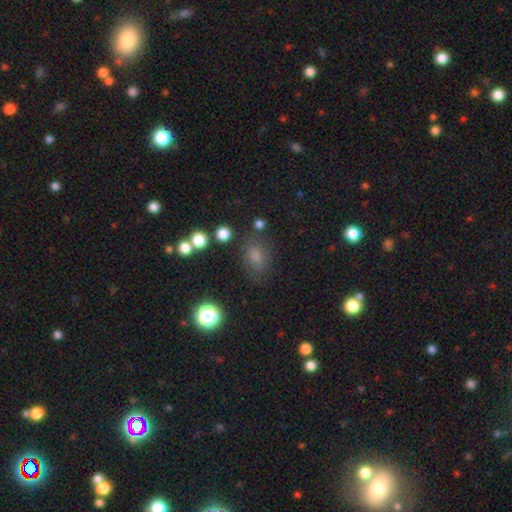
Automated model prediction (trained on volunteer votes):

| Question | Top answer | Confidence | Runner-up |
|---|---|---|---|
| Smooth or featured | smooth | 72% | star or artifact (20%) |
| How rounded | in between | 66% | round (32%) |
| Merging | none | 73% | minor disturbance (16%) |